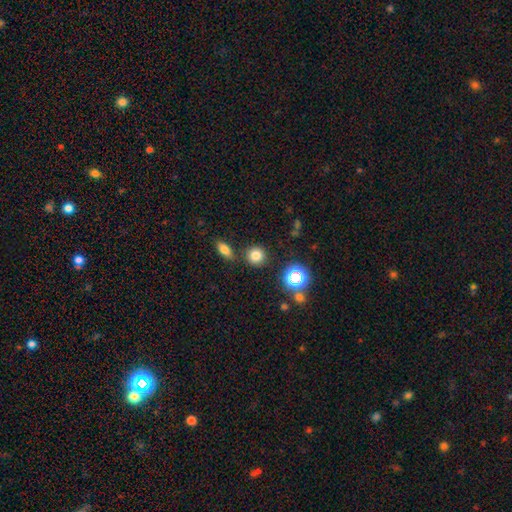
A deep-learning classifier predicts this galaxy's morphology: Smooth or featured: smooth — 77% (star or artifact — 16%)
How rounded: round — 90% (in between — 9%)
Merging: none — 82% (minor disturbance — 8%)